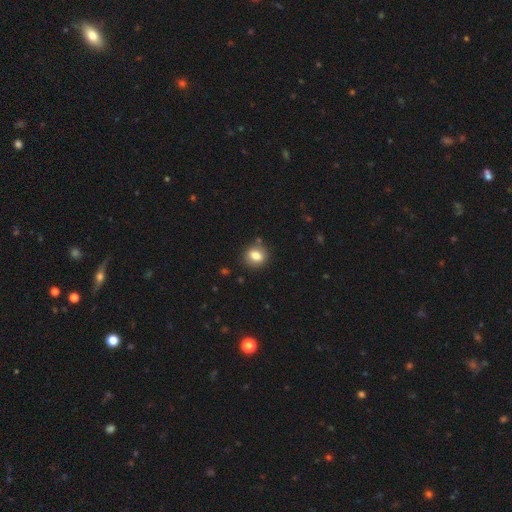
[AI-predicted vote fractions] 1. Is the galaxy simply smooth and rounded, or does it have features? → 80% smooth, 10% featured or disk, 9% star or artifact.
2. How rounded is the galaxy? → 63% round, 35% in between, 1% cigar-shaped.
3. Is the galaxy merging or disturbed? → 85% none, 10% minor disturbance, 3% major disturbance, 3% merger.